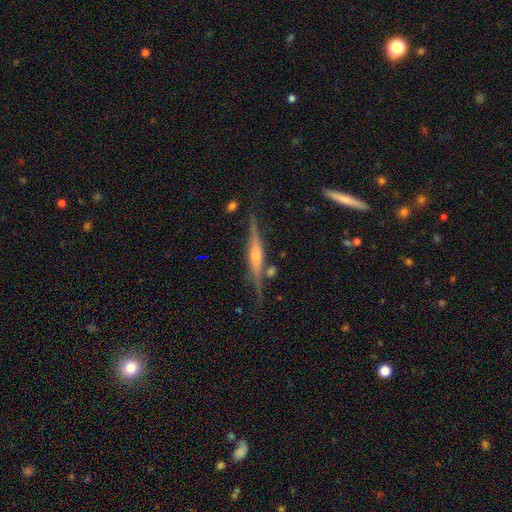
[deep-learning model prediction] smooth-or-featured: featured or disk: 82% | smooth: 11% | star or artifact: 7%
  disk-edge-on: yes: 97% | no: 3%
    edge-on-bulge: rounded: 83% | none: 10% | boxy: 8%
  merging: none: 78% | minor disturbance: 16% | merger: 3% | major disturbance: 3%